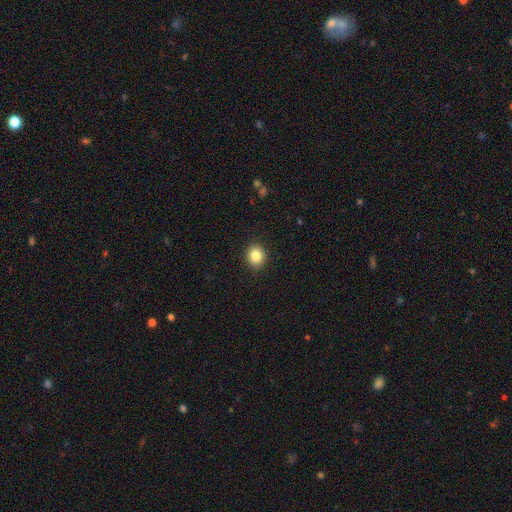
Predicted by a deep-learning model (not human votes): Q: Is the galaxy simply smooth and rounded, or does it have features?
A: smooth — 84%.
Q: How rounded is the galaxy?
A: round — 74%.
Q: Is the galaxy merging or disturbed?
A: none — 91%.